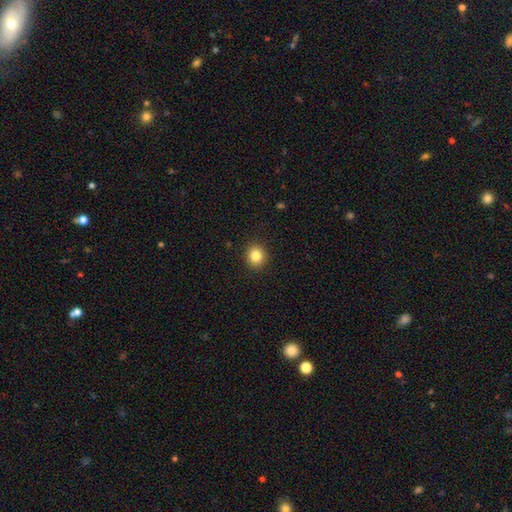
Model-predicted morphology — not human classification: This is clearly a smooth galaxy (83%). How rounded: clearly round (86%). Merging: clearly none (91%).